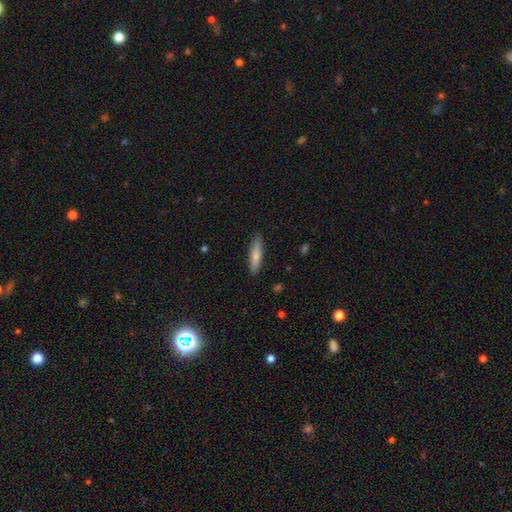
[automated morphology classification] smooth-or-featured: smooth: 75% | featured or disk: 20% | star or artifact: 6%
  how-rounded: cigar-shaped: 81% | in between: 18% | round: 1%
  merging: none: 88% | minor disturbance: 9% | major disturbance: 2% | merger: 1%